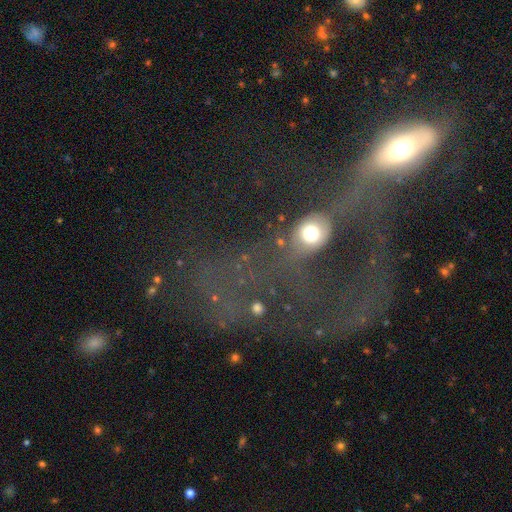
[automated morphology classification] This is possibly a featured or disk galaxy (49%). Merging: marginally merger (44%).